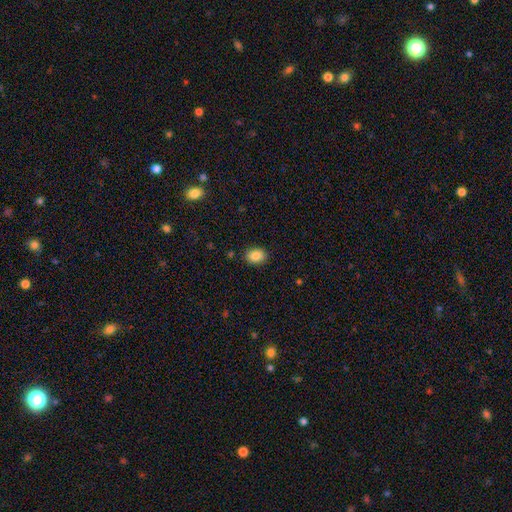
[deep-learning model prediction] This appears to be a smooth galaxy with no disk features (87%) that is in between round and cigar-shaped (64%). Merging: none (88%).